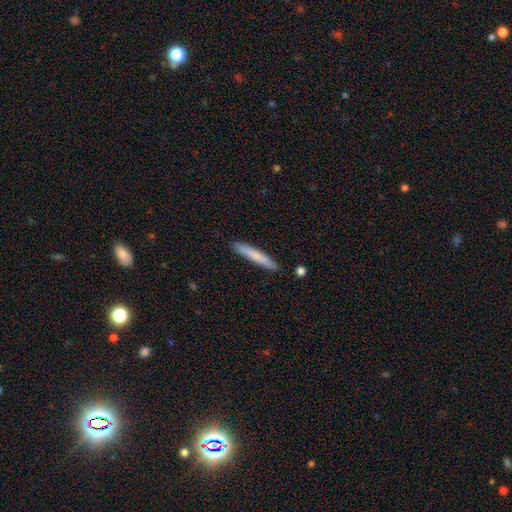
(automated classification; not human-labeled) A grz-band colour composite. It shows a smooth galaxy with no disk features (76%) that is cigar-shaped (95%). Merging: none (89%).